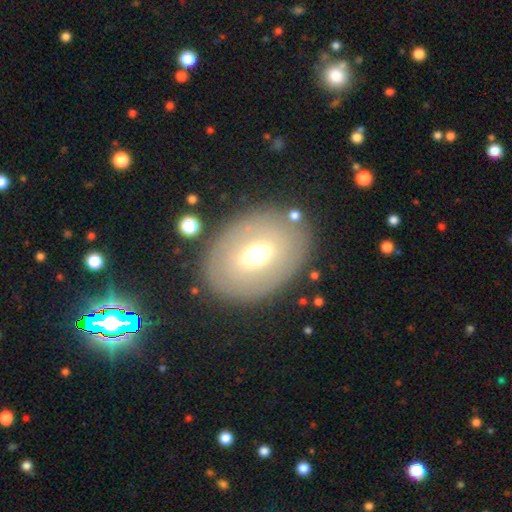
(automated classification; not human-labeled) This is possibly a smooth galaxy (50%). Merging: clearly none (83%).